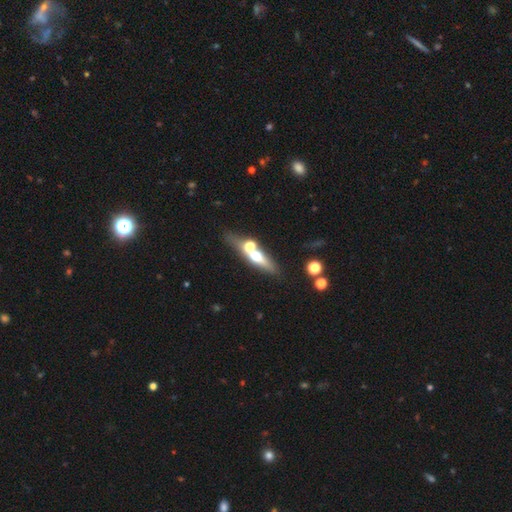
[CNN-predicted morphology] featured or disk 50%, smooth 41%, star or artifact 9%. Down the decision tree: merging — none (53%).